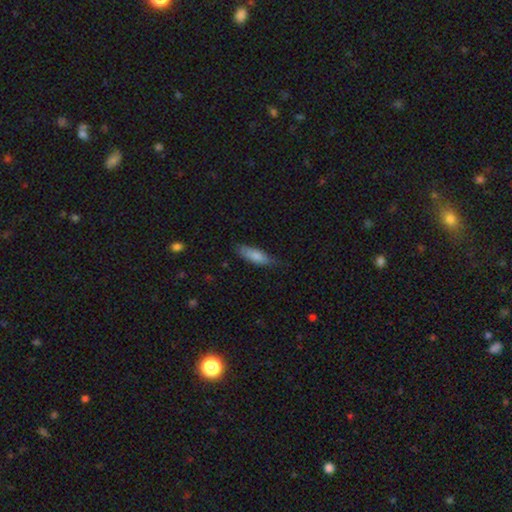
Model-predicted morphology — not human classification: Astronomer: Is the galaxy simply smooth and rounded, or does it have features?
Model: smooth — 82%.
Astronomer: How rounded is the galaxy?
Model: in between — 58% (runner-up: cigar-shaped, 40%).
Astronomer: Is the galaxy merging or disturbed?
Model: none — 71%.